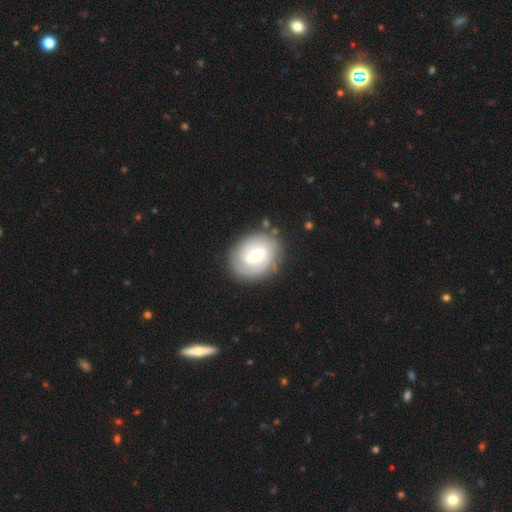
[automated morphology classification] smooth-or-featured: featured or disk: 68% | smooth: 26% | star or artifact: 6%
  disk-edge-on: no: 97% | yes: 3%
    bar: weak: 53% | strong: 26% | no: 22%
    has-spiral-arms: yes: 83% | no: 17%
      spiral-winding: tight: 58% | medium: 30% | loose: 12%
      spiral-arm-count: 2: 53% | can't tell: 30% | 3: 8% | 1: 5% | 4: 3% | more than 4: 2%
    bulge-size: moderate: 49% | small: 44% | large: 5% | none: 1% | dominant: 1%
  merging: none: 79% | minor disturbance: 13% | major disturbance: 5% | merger: 3%